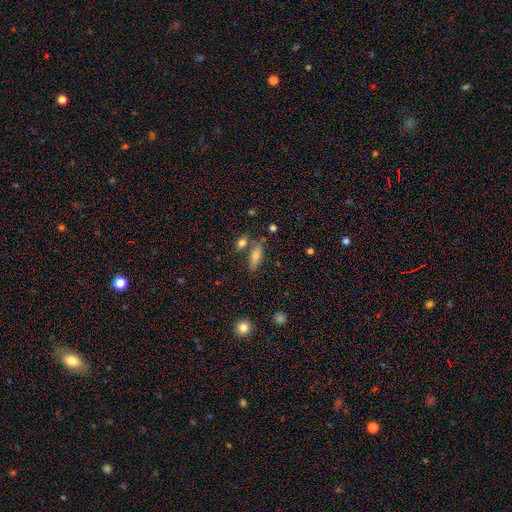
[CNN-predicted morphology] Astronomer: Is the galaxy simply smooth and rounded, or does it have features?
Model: smooth — 69%.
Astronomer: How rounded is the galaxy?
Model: in between — 62%.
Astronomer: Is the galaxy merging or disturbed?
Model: none — 67%.